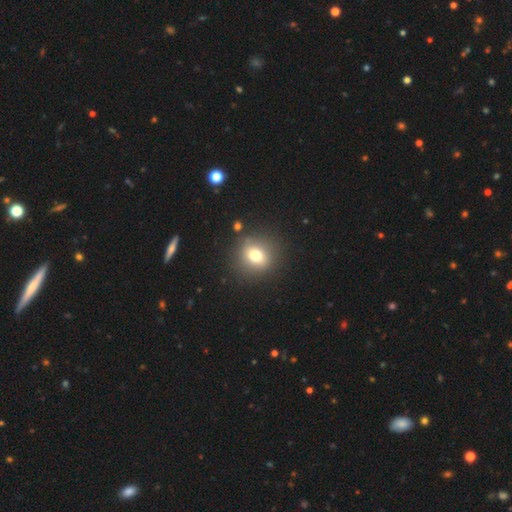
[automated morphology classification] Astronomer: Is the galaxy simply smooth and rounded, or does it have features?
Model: smooth — 74%.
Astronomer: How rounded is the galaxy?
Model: round — 78%.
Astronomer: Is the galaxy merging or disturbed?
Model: none — 83%.